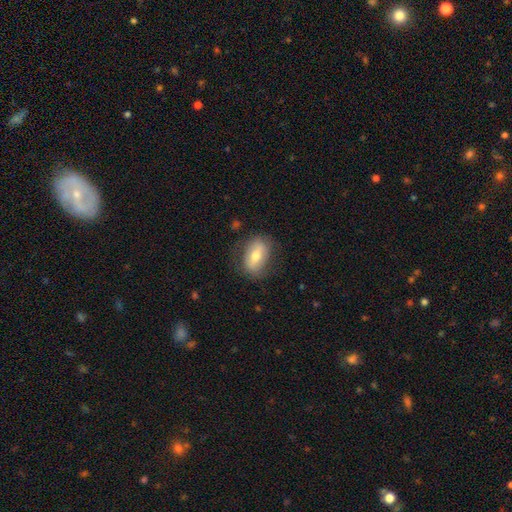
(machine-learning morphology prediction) The model was most divided on "smooth or featured": smooth: 61%, featured or disk: 32%, star or artifact: 7%. More confident: how rounded — in between (83%); merging — none (74%).